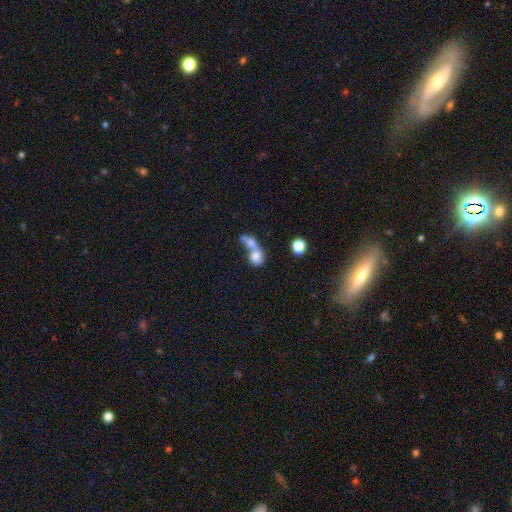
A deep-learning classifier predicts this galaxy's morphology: Smooth or featured: smooth — 70% (featured or disk — 20%)
How rounded: round — 51% (in between — 45%)
Merging: merger — 75% (none — 13%)